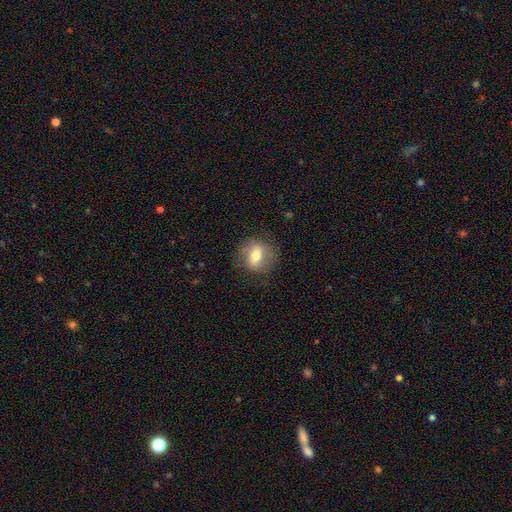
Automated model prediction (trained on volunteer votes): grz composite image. It shows a smooth galaxy with no disk features (57%) that is round (61%). Merging: none (79%).